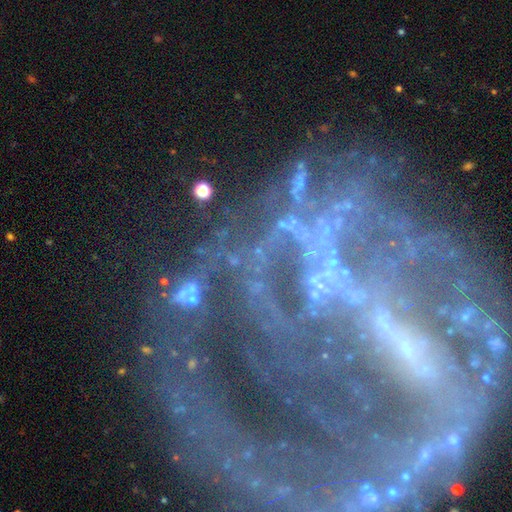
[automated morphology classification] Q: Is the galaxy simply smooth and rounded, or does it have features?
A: featured or disk — 54%.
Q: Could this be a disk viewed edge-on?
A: no — 95%.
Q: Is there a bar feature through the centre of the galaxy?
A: no — 66%.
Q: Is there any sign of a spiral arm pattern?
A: no — 56%.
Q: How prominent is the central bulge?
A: none — 59%.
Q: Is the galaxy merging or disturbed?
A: none — 48%.